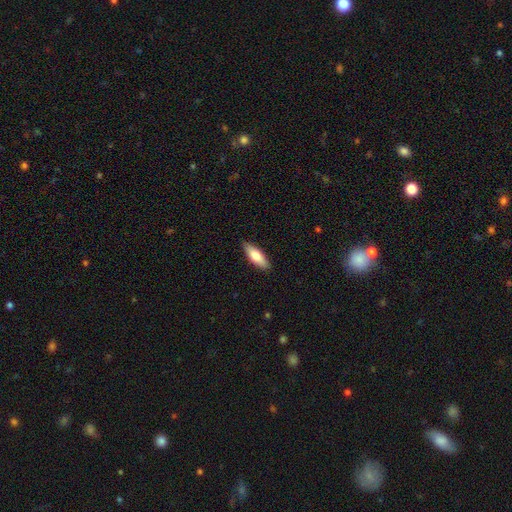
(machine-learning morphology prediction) Smooth or featured?
  - smooth: 74% *
  - featured or disk: 21%
  - star or artifact: 6%
How rounded?
  - in between: 57% *
  - cigar-shaped: 41%
  - round: 2%
Merging?
  - none: 87% *
  - minor disturbance: 10%
  - major disturbance: 2%
  - merger: 1%